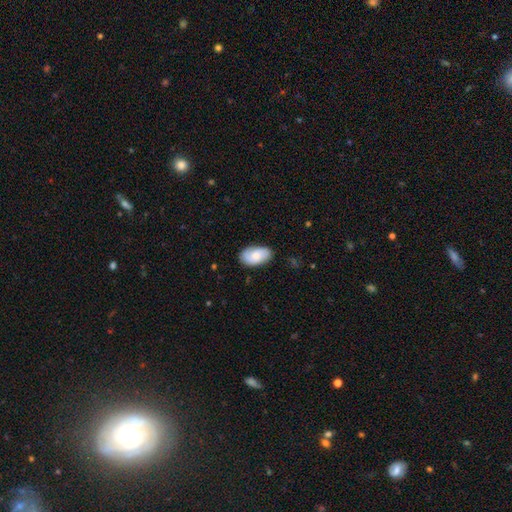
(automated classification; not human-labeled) The model was most divided on "smooth or featured": smooth: 61%, featured or disk: 32%, star or artifact: 7%. More confident: how rounded — in between (93%); merging — none (77%).